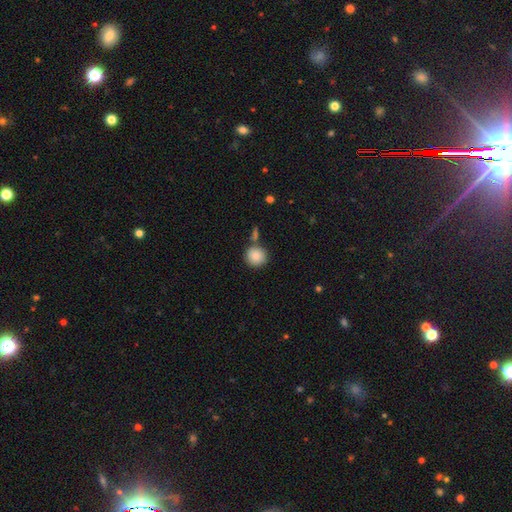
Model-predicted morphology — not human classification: Smooth or featured? Predicted: smooth (p=0.87). How rounded? Predicted: round (p=0.91). Merging? Predicted: none (p=0.72).